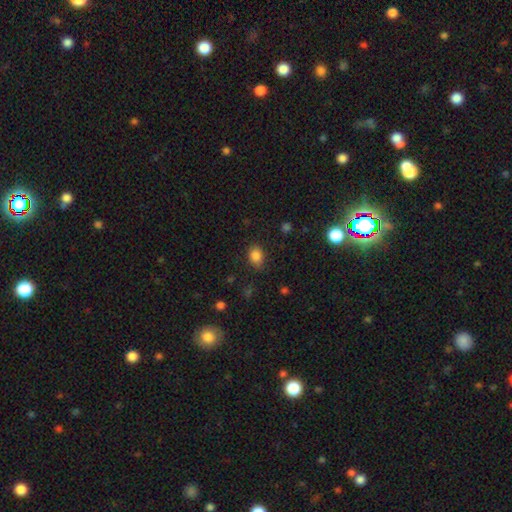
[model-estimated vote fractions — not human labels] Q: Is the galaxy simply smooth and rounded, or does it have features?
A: smooth — 84%.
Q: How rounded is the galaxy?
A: in between — 64%.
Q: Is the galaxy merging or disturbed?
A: none — 76%.